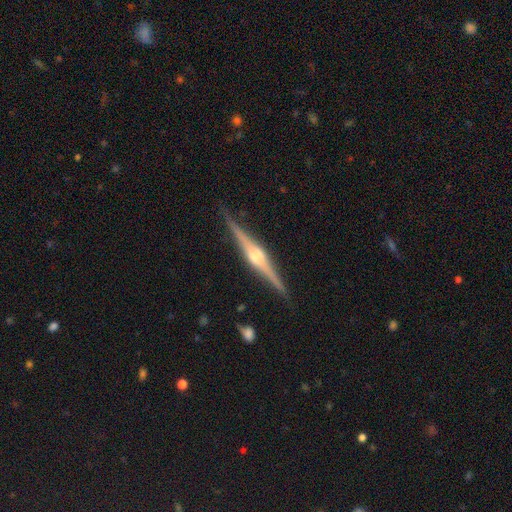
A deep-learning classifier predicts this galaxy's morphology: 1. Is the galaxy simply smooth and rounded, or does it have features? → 85% featured or disk, 9% smooth, 5% star or artifact.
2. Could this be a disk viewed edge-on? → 98% yes, 2% no.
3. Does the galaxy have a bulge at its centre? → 88% rounded, 9% boxy, 3% none.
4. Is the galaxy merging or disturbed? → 89% none, 8% minor disturbance, 2% major disturbance, 1% merger.